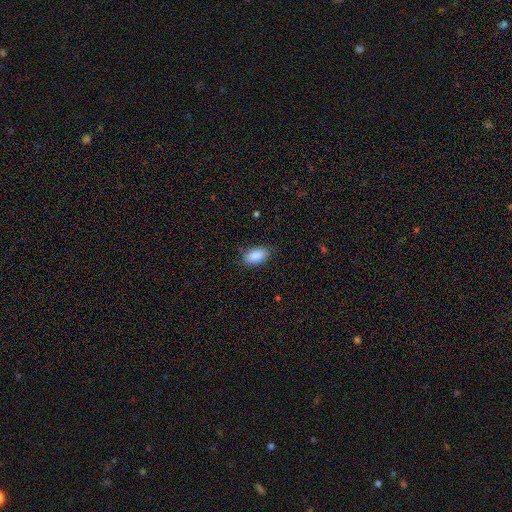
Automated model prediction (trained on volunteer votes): Smooth or featured? Predicted: smooth (p=0.89). How rounded? Predicted: in between (p=0.93). Merging? Predicted: none (p=0.83).